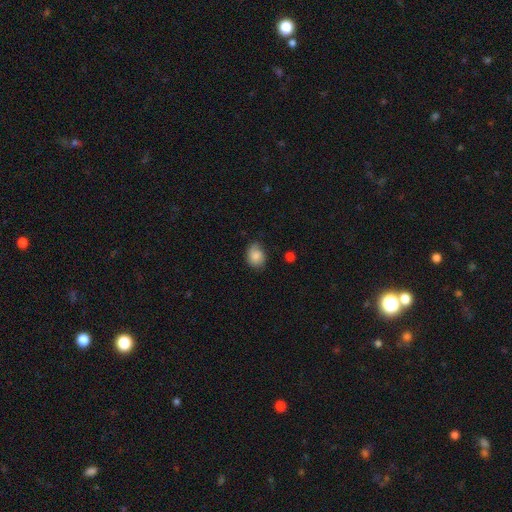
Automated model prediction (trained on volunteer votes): Smooth or featured: smooth — 81% (featured or disk — 11%)
How rounded: in between — 55% (round — 44%)
Merging: none — 69% (minor disturbance — 24%)